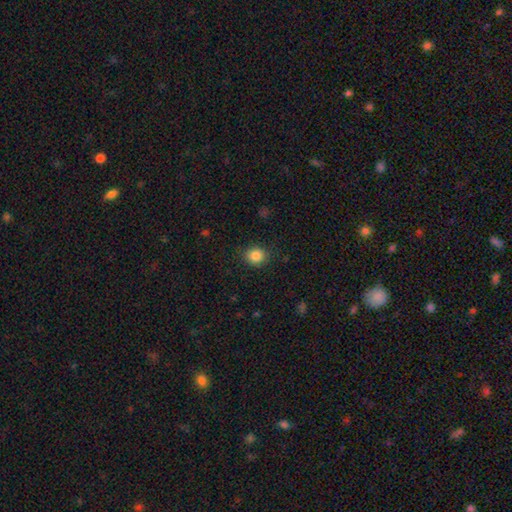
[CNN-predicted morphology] Smooth or featured? smooth (85%)
How rounded? round (82%)
Merging? none (88%)